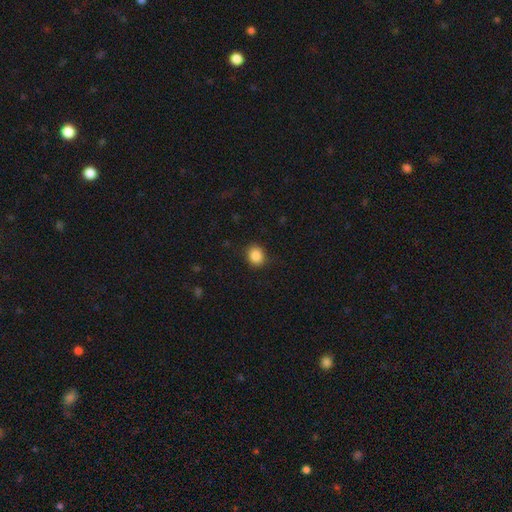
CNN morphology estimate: This is clearly a smooth galaxy (87%). How rounded: likely round (69%). Merging: clearly none (87%).